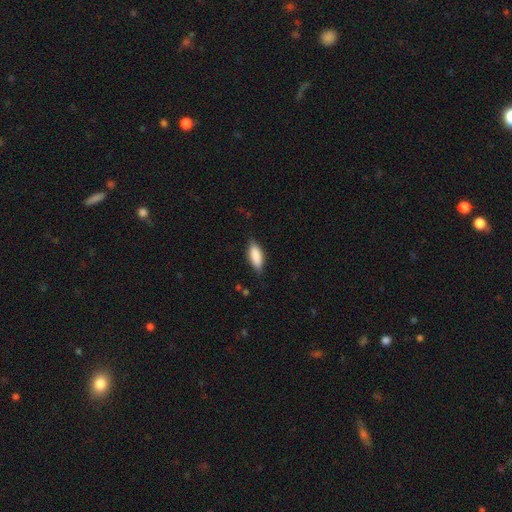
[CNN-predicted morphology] This appears to be a smooth galaxy with no disk features (82%) that is in between round and cigar-shaped (72%). Merging: none (77%).